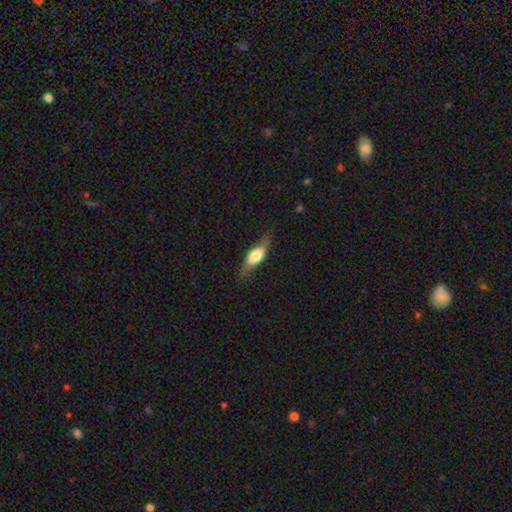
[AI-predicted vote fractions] Morphology: type=smooth (53%); roundness=in between (60%); merging=none (72%).